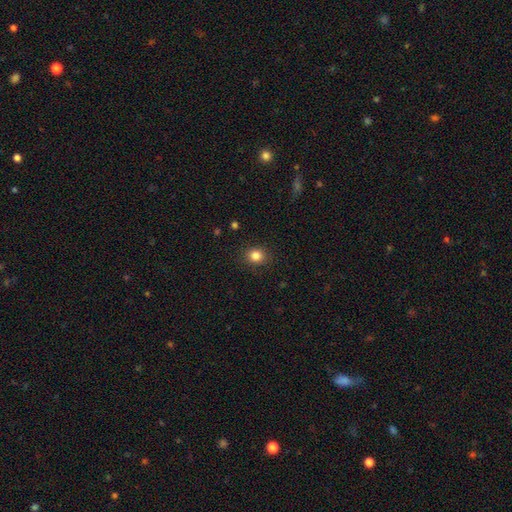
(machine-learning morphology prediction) A smooth galaxy with no disk features (84%) that is round (76%).

Vote fractions:
- Smooth or featured? smooth: 84% / star or artifact: 11% / featured or disk: 5%
- How rounded? round: 76% / in between: 23% / cigar-shaped: 1%
- Merging? none: 89% / minor disturbance: 8% / major disturbance: 2% / merger: 1%